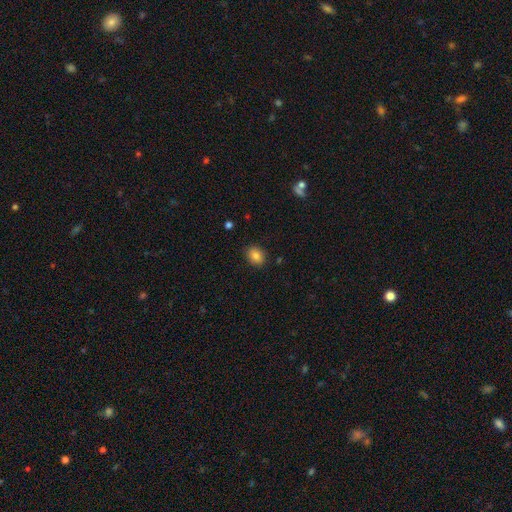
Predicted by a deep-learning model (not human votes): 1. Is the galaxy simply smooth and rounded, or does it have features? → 82% smooth, 10% star or artifact, 8% featured or disk.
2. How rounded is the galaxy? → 51% in between, 48% round, 1% cigar-shaped.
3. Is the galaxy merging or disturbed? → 88% none, 9% minor disturbance, 2% major disturbance, 1% merger.